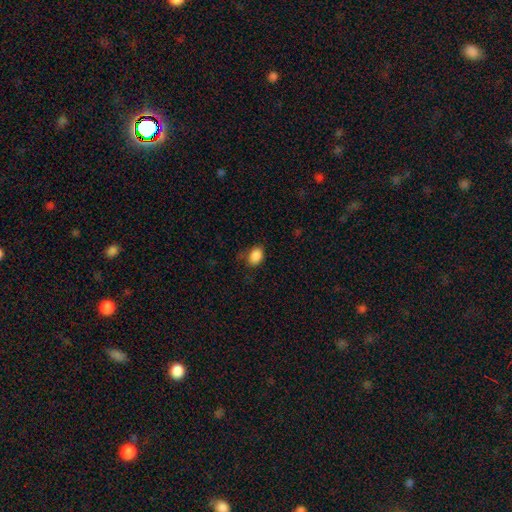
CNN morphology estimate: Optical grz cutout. It shows a smooth galaxy with no disk features (88%) that is in between round and cigar-shaped (80%). Merging: none (74%).